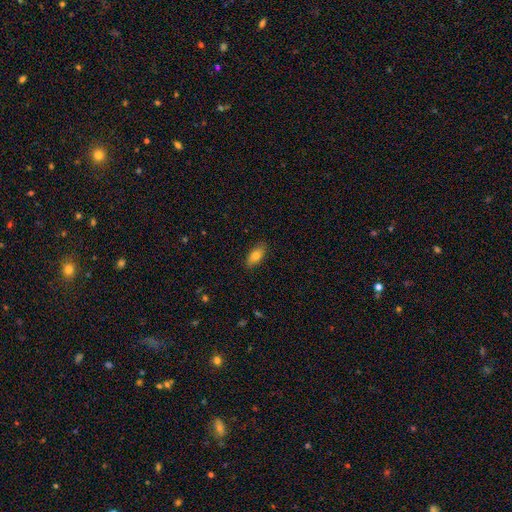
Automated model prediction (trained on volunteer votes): Overall: smooth (80%). How rounded: in between (88%). Merging: none (86%).